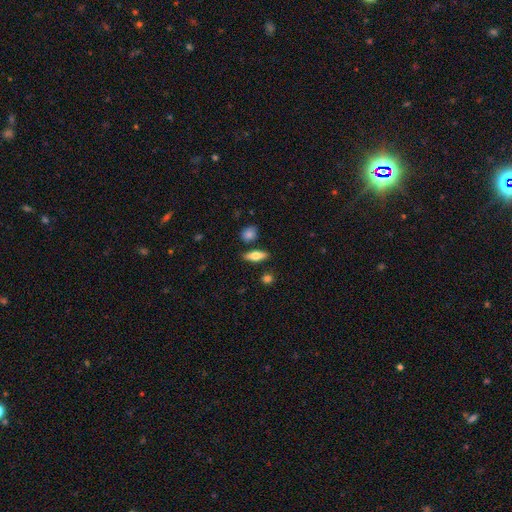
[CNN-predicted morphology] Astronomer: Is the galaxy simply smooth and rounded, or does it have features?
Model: smooth — 61%.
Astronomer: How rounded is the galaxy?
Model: in between — 59% (runner-up: cigar-shaped, 36%).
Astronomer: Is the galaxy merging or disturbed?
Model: none — 83%.